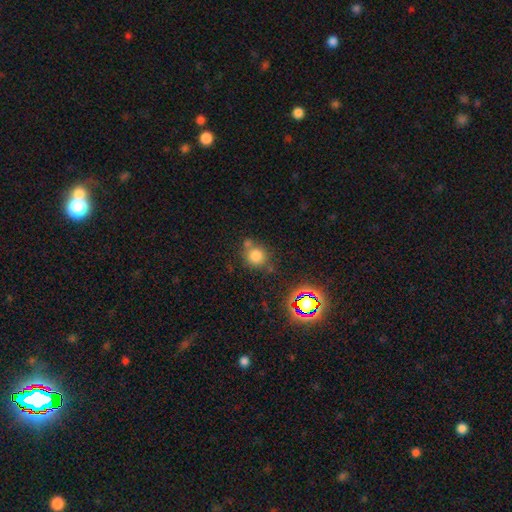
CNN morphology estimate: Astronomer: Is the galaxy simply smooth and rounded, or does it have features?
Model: smooth — 77%.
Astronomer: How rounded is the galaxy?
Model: round — 88%.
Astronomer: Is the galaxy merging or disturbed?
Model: none — 62%.